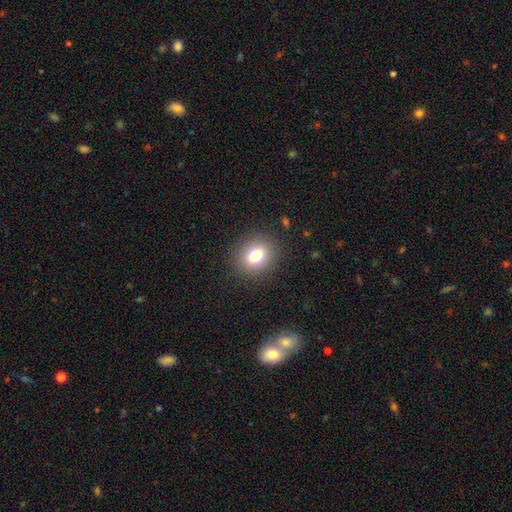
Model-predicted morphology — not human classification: This is likely a smooth galaxy (77%). How rounded: likely round (67%). Merging: clearly none (88%).